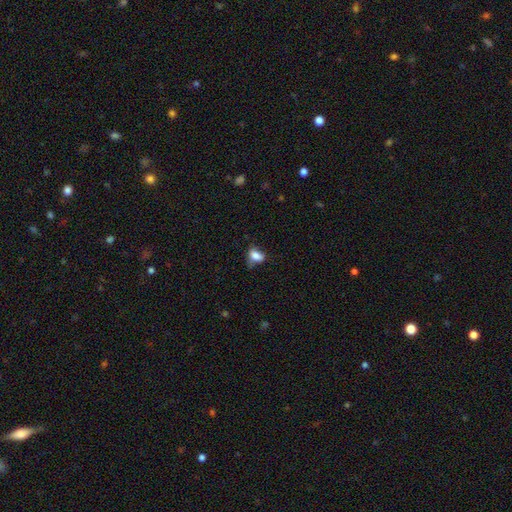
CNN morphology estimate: This appears to be a smooth galaxy with no disk features (80%) that is in between round and cigar-shaped (82%). Merging: none (42%).